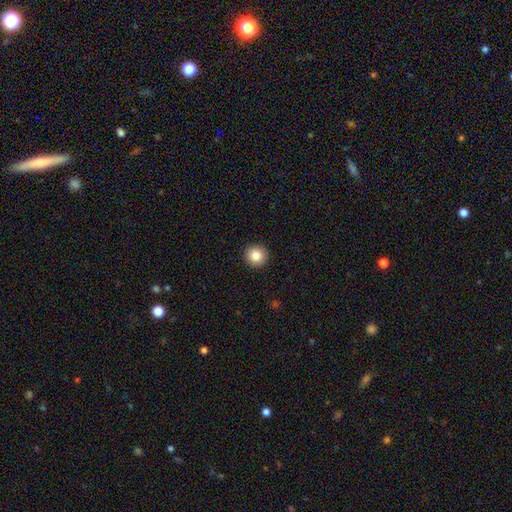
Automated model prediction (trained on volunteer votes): This appears to be a smooth galaxy with no disk features (83%) that is round (95%). Merging: none (93%).